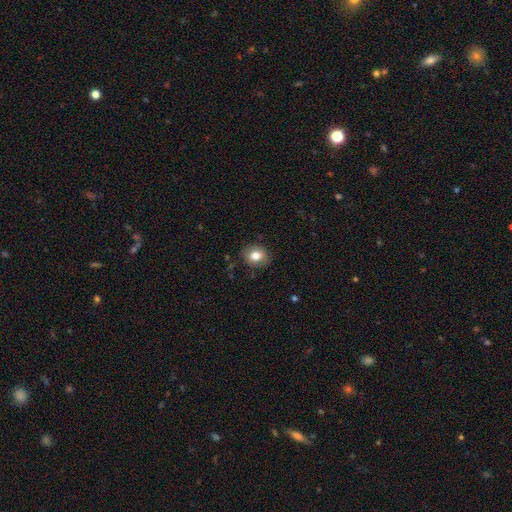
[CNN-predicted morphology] type=smooth (79%); roundness=round (59%); merging=none (86%).